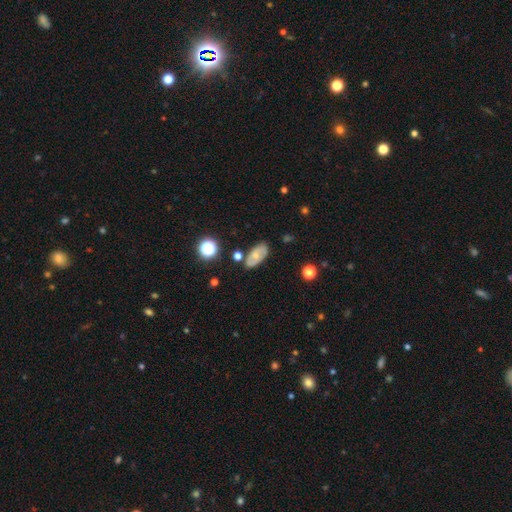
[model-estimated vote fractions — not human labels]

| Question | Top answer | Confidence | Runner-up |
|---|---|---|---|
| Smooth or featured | smooth | 47% | featured or disk (44%) |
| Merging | none | 75% | minor disturbance (17%) |